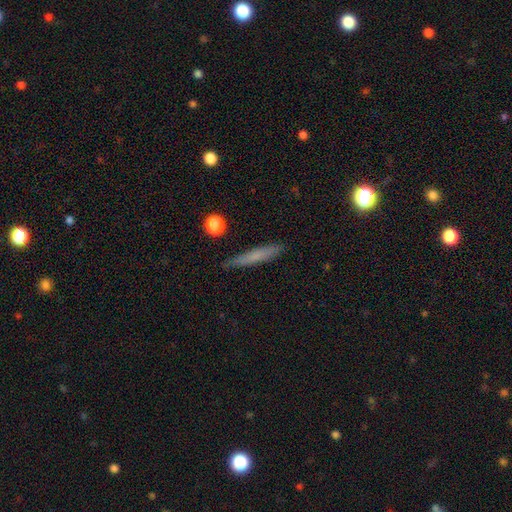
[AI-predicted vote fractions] A smooth galaxy with no disk features (65%) that is cigar-shaped (93%).

Vote fractions:
- Smooth or featured? smooth: 65% / featured or disk: 27% / star or artifact: 8%
- How rounded? cigar-shaped: 93% / in between: 5% / round: 2%
- Merging? none: 85% / minor disturbance: 11% / major disturbance: 2% / merger: 2%